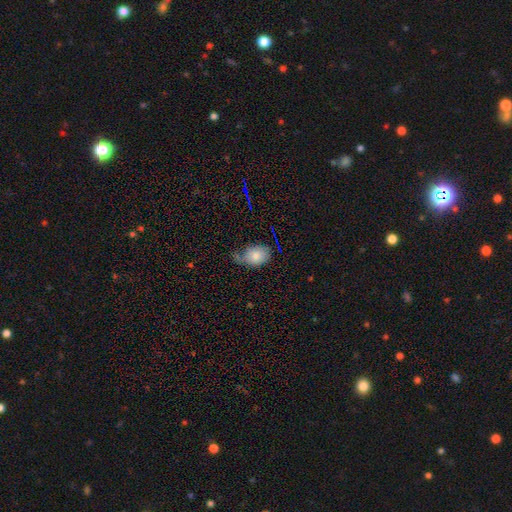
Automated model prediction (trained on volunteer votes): This is likely a smooth galaxy (77%). How rounded: likely in between (71%). Merging: marginally none (42%).